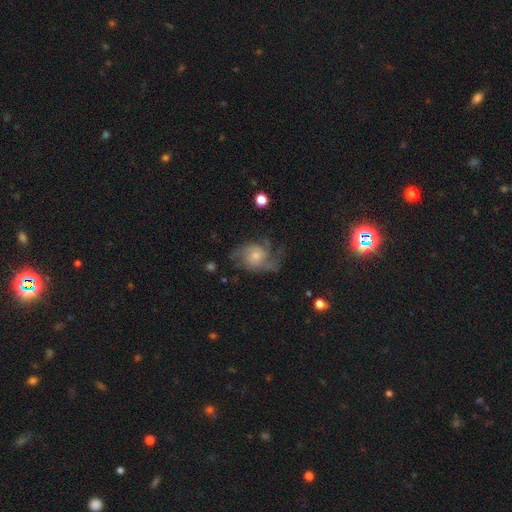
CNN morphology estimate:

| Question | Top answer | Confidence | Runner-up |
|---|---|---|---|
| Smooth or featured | featured or disk | 77% | smooth (15%) |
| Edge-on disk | no | 97% | yes (3%) |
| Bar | no | 72% | weak (25%) |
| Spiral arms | yes | 92% | no (8%) |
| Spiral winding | medium | 48% | loose (28%) |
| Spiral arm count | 2 | 39% | 3 (25%) |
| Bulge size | small | 47% | moderate (44%) |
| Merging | none | 54% | minor disturbance (23%) |